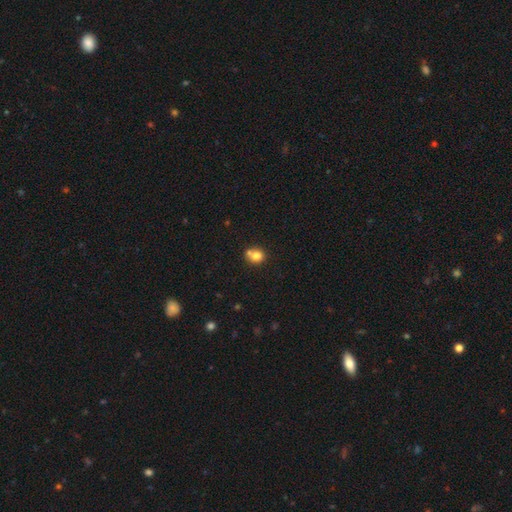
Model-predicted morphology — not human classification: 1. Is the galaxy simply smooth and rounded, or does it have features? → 78% smooth, 11% featured or disk, 11% star or artifact.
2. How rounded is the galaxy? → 71% round, 28% in between, 1% cigar-shaped.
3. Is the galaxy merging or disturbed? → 47% none, 40% merger, 11% minor disturbance, 3% major disturbance.